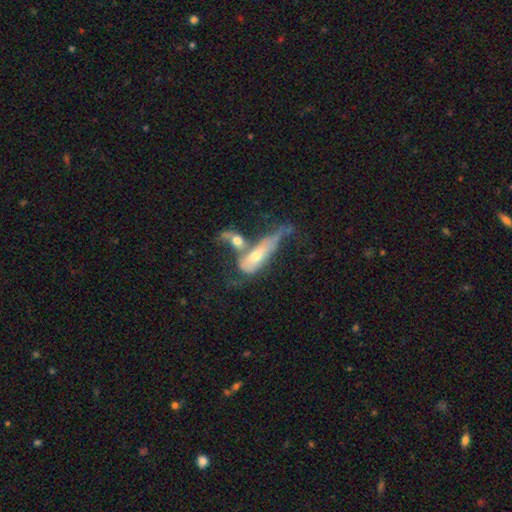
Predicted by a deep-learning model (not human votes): Smooth or featured? featured or disk (52%)
Edge-on disk? no (67%)
Merging? merger (57%)